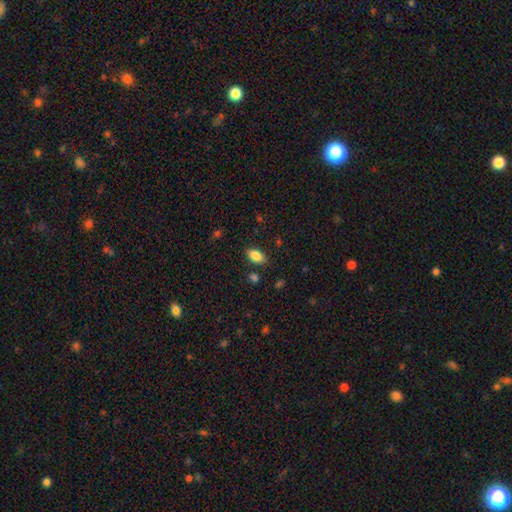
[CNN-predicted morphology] Overall: smooth (85%). How rounded: in between (91%). Merging: none (84%).